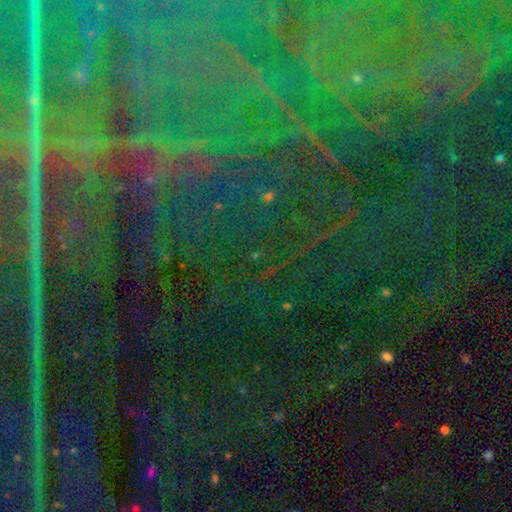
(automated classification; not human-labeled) Smooth or featured: star or artifact — 79% (smooth — 12%)